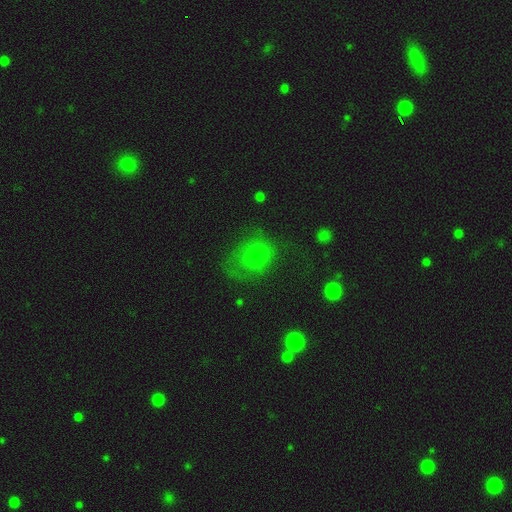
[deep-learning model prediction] smooth_or_featured: smooth (p=0.63) [alt: featured or disk p=0.20]
how_rounded: round (p=0.63) [alt: in between p=0.36]
merging: none (p=0.57) [alt: minor disturbance p=0.23]